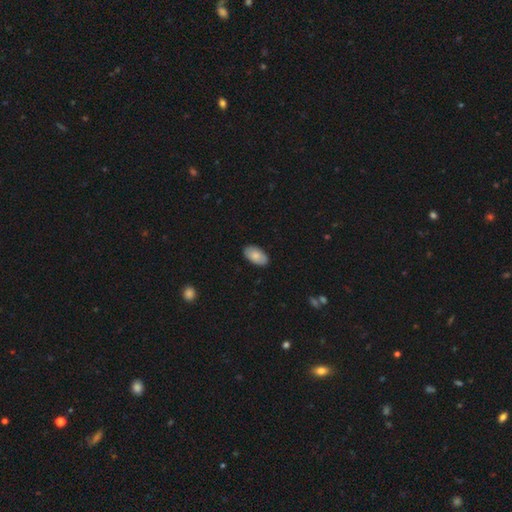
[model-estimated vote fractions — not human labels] smooth 84%, featured or disk 10%, star or artifact 6%. Down the decision tree: how rounded — in between (95%); merging — none (87%).